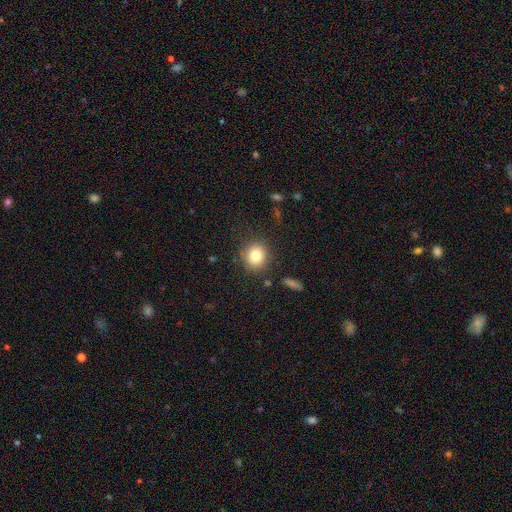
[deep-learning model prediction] Smooth or featured?
  - smooth: 81% *
  - star or artifact: 11%
  - featured or disk: 8%
How rounded?
  - round: 81% *
  - in between: 18%
  - cigar-shaped: 1%
Merging?
  - none: 85% *
  - minor disturbance: 9%
  - major disturbance: 3%
  - merger: 2%